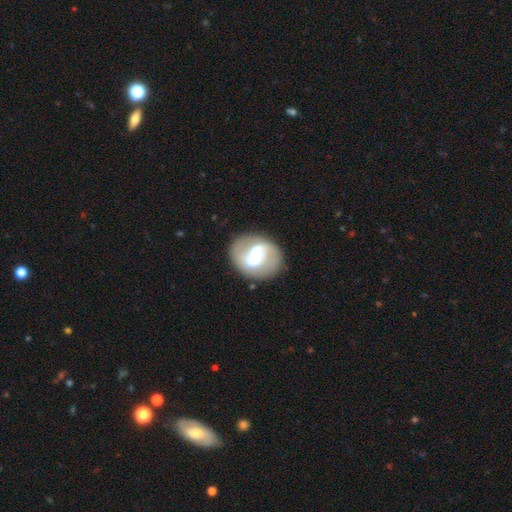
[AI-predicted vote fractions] smooth-or-featured: featured or disk: 74% | smooth: 20% | star or artifact: 6%
  disk-edge-on: no: 98% | yes: 2%
    bar: weak: 46% | strong: 36% | no: 18%
    has-spiral-arms: yes: 85% | no: 15%
      spiral-winding: medium: 42% | loose: 39% | tight: 18%
      spiral-arm-count: 2: 83% | can't tell: 7% | 1: 6% | 3: 1% | 4: 1% | more than 4: 1%
    bulge-size: small: 44% | moderate: 34% | none: 10% | large: 10% | dominant: 2%
  merging: none: 73% | minor disturbance: 15% | major disturbance: 9% | merger: 3%